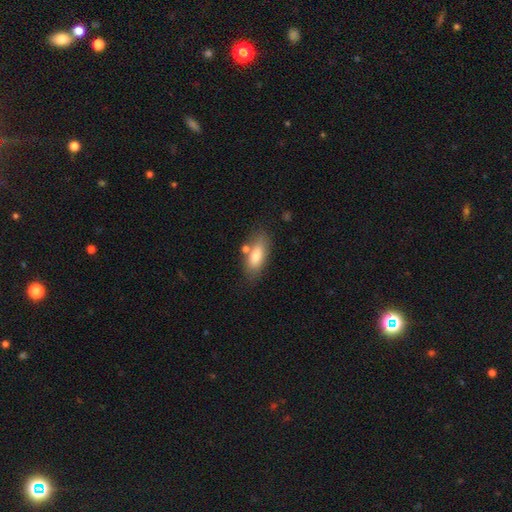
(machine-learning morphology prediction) Smooth or featured: smooth — 77% (featured or disk — 16%)
How rounded: in between — 81% (cigar-shaped — 15%)
Merging: none — 69% (minor disturbance — 16%)